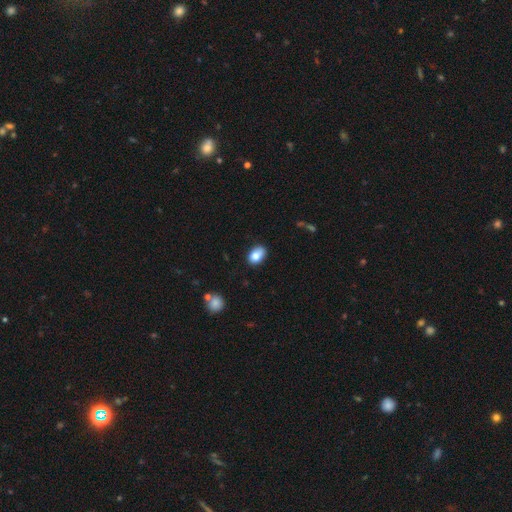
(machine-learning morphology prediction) This is clearly a smooth galaxy (81%). How rounded: clearly in between (82%). Merging: likely none (76%).